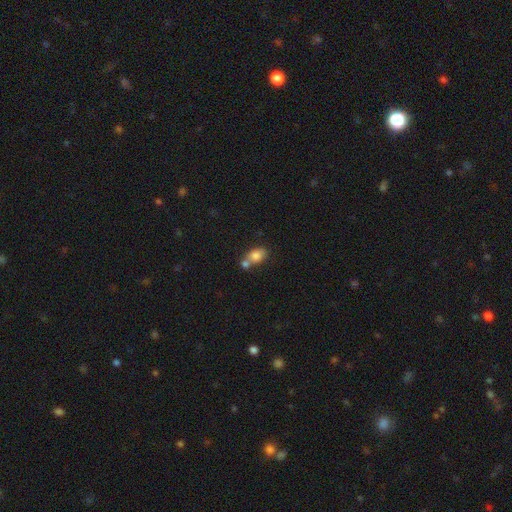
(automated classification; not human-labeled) Smooth or featured? smooth (79%)
How rounded? in between (71%)
Merging? merger (48%)